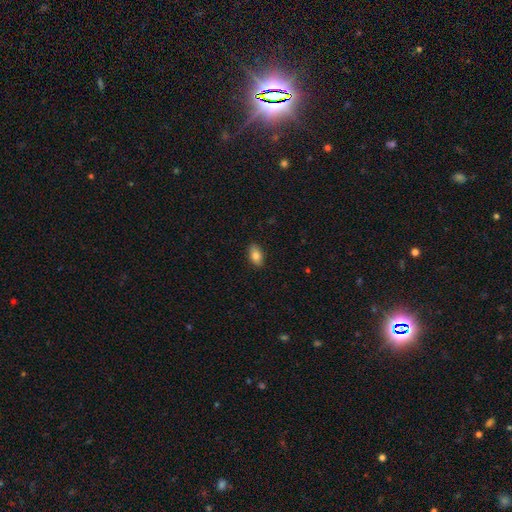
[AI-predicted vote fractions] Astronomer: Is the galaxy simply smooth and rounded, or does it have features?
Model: smooth — 83%.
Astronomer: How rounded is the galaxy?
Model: in between — 91%.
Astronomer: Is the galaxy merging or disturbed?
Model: none — 88%.